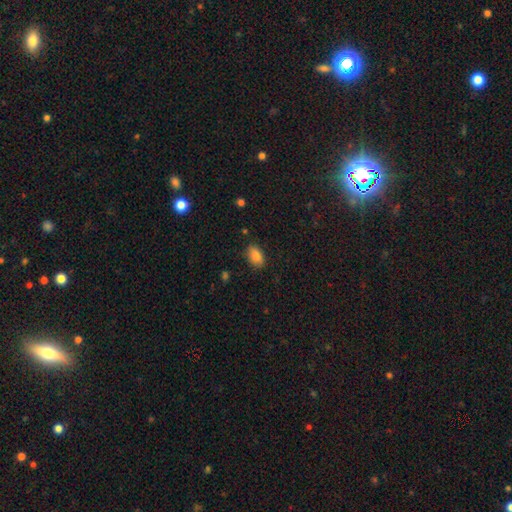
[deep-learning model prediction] Smooth or featured? Predicted: smooth (p=0.86). How rounded? Predicted: in between (p=0.91). Merging? Predicted: none (p=0.85).